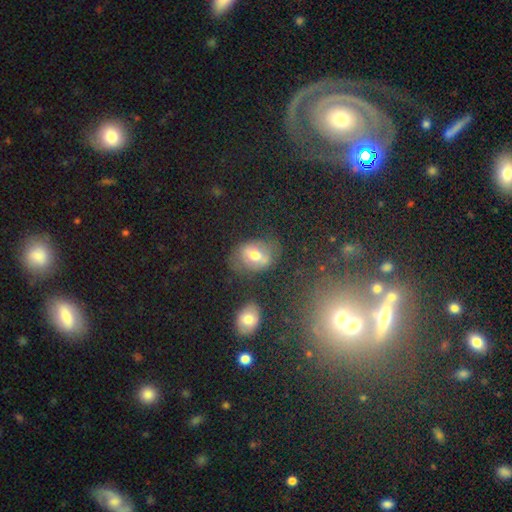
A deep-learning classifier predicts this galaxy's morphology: This is possibly a smooth galaxy (46%). Merging: likely none (69%).